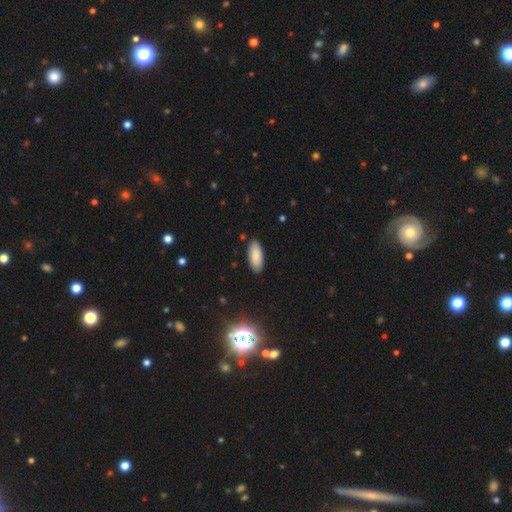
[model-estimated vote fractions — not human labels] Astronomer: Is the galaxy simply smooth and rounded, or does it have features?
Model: smooth — 87%.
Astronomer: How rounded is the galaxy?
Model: in between — 85%.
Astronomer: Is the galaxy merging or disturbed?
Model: none — 89%.